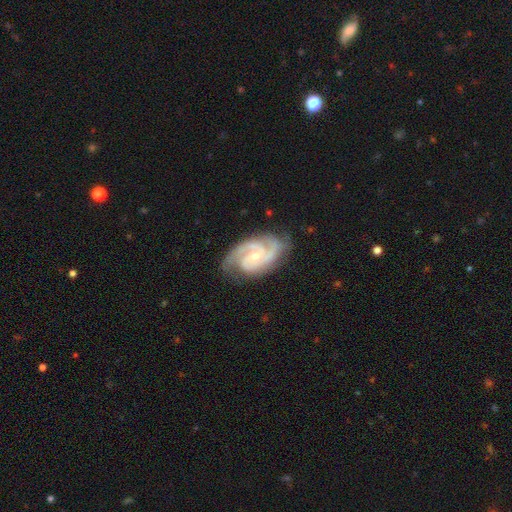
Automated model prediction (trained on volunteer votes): Morphology: type=featured or disk (92%); edge-on=no (98%); bar=no (51%); spiral arms=yes (98%); winding=tight (50%); arm count=3 (42%); bulge=small (71%); merging=none (74%).